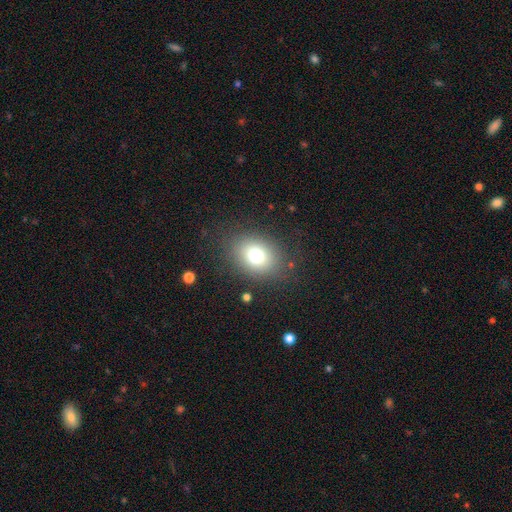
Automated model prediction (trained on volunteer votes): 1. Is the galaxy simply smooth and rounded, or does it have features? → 74% smooth, 14% star or artifact, 12% featured or disk.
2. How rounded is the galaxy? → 54% in between, 45% round, 1% cigar-shaped.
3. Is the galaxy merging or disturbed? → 82% none, 10% minor disturbance, 6% major disturbance, 1% merger.